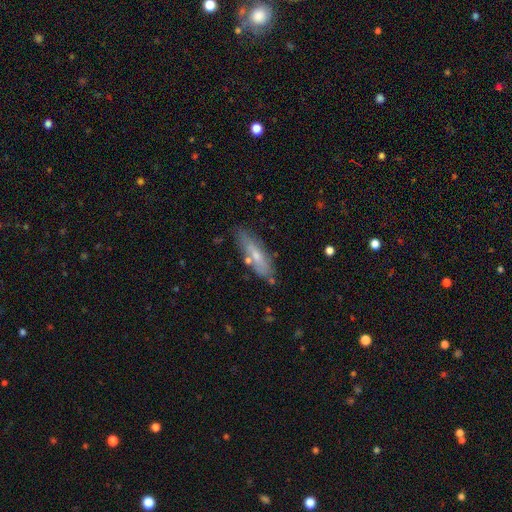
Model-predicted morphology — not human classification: smooth-or-featured: smooth: 51% | featured or disk: 42% | star or artifact: 8%
  how-rounded: cigar-shaped: 64% | in between: 34% | round: 2%
  merging: none: 75% | minor disturbance: 16% | merger: 5% | major disturbance: 4%